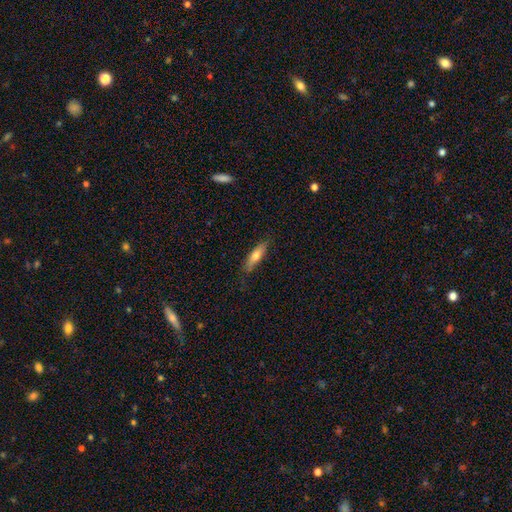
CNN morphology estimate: smooth_or_featured: smooth (p=0.68) [alt: featured or disk p=0.26]
how_rounded: cigar-shaped (p=0.58) [alt: in between p=0.40]
merging: none (p=0.77) [alt: minor disturbance p=0.18]